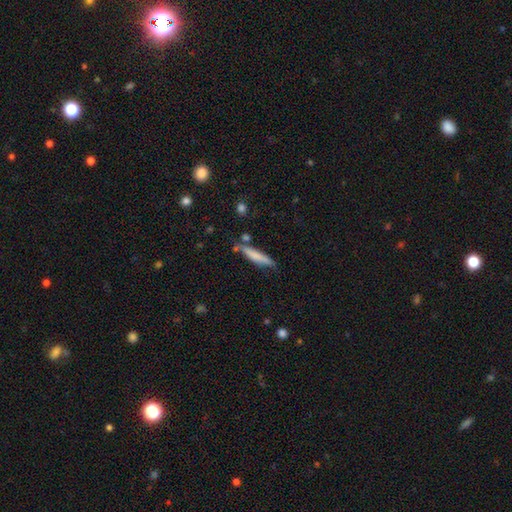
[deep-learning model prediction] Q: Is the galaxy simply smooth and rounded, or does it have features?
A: smooth — 71%.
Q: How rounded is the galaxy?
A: cigar-shaped — 88%.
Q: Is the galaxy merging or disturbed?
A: none — 70%.